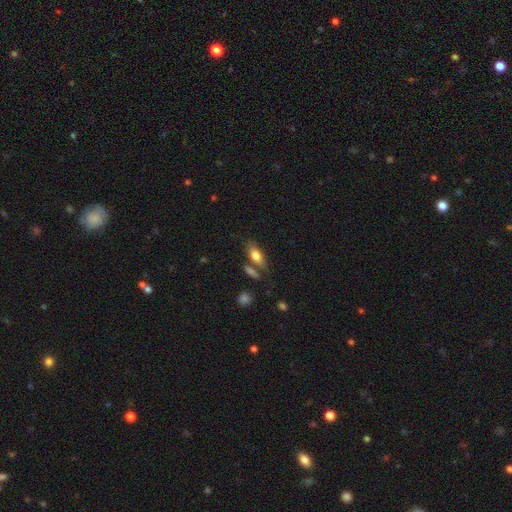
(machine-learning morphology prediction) Q: Smooth or featured?
A: smooth (77%); runner-up: featured or disk (16%)
Q: How rounded?
A: in between (79%); runner-up: cigar-shaped (17%)
Q: Merging?
A: none (64%); runner-up: minor disturbance (16%)